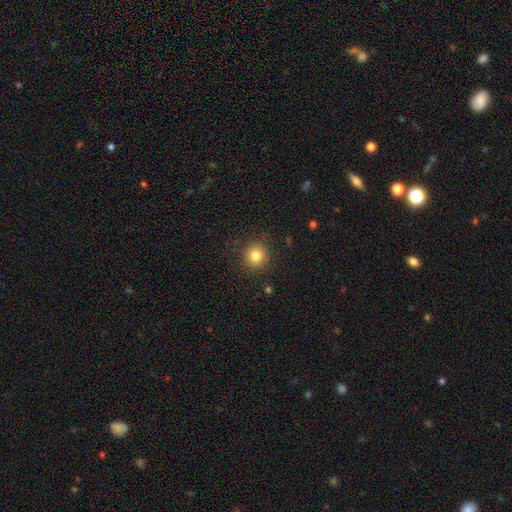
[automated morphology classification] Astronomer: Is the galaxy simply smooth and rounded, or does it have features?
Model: smooth — 80%.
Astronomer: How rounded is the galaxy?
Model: round — 90%.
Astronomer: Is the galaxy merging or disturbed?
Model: none — 87%.